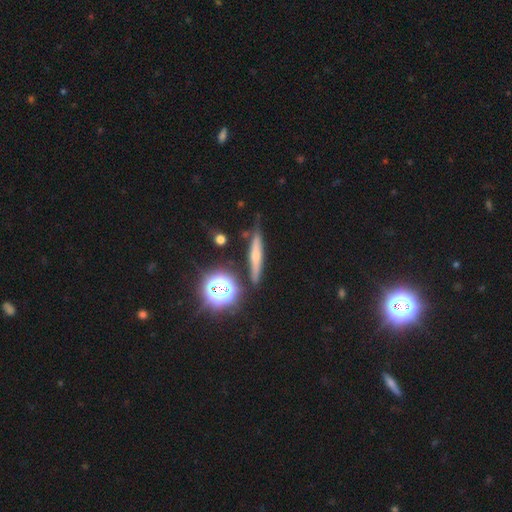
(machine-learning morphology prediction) This is possibly a featured or disk galaxy (47%). Merging: likely none (80%).